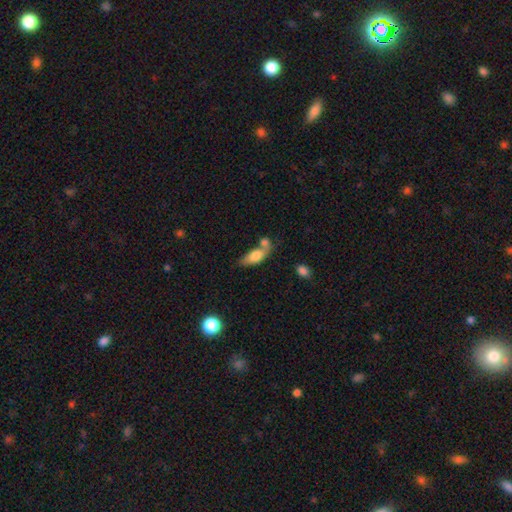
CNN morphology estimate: This appears to be a smooth galaxy with no disk features (73%) that is in between round and cigar-shaped (79%). Merging: merger (42%).